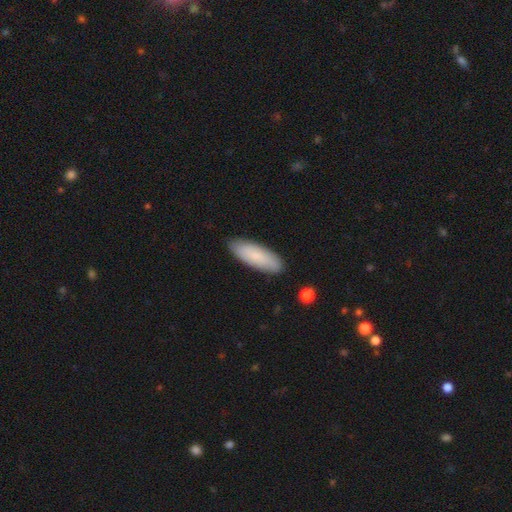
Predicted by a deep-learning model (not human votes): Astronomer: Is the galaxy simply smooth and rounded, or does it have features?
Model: smooth — 82%.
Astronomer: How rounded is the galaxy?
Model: in between — 59% (runner-up: cigar-shaped, 40%).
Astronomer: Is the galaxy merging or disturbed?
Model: none — 87%.